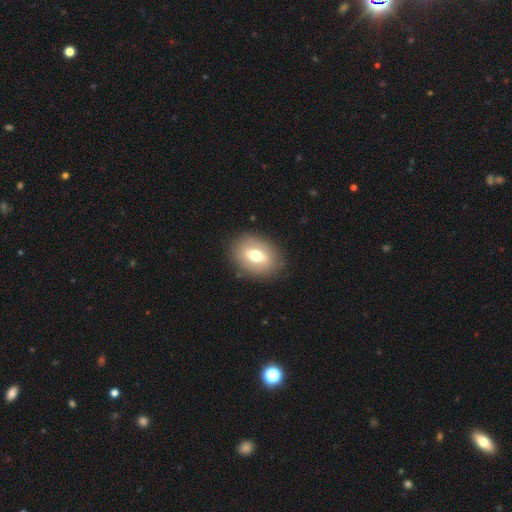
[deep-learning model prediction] Morphology: type=smooth (61%); roundness=in between (77%); merging=none (85%).